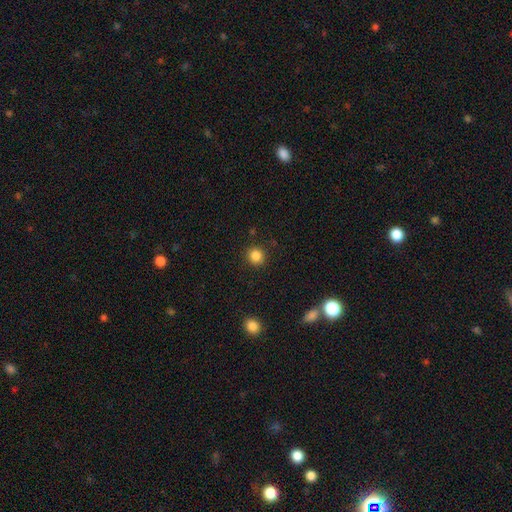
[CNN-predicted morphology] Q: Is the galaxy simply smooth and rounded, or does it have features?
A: smooth — 85%.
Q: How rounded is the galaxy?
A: round — 91%.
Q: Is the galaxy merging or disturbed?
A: none — 90%.